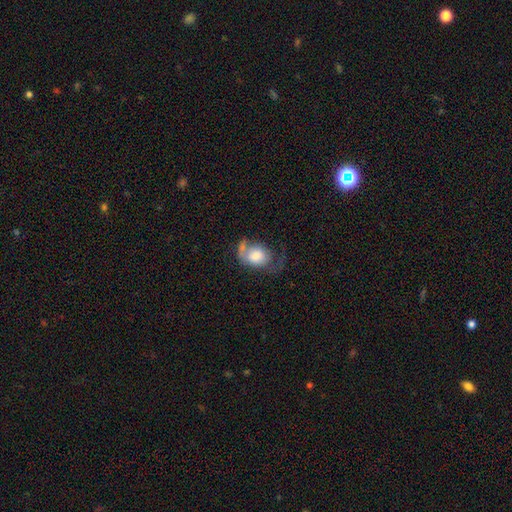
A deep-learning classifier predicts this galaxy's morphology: smooth_or_featured: smooth (p=0.60) [alt: featured or disk p=0.33]
how_rounded: in between (p=0.58) [alt: round p=0.41]
merging: major disturbance (p=0.37) [alt: none p=0.25]